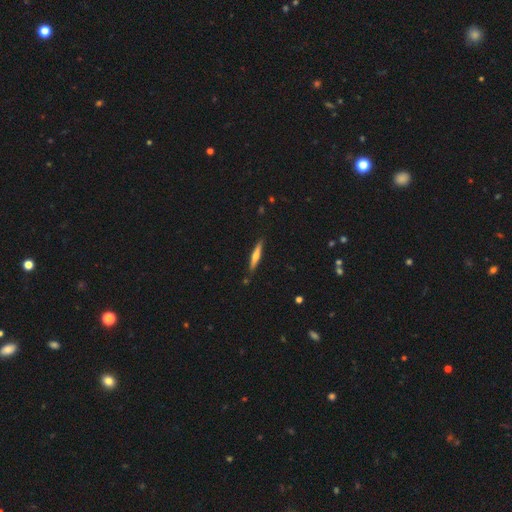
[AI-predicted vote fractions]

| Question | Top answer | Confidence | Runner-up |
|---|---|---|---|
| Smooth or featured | featured or disk | 53% | smooth (41%) |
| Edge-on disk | yes | 96% | no (4%) |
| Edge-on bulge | rounded | 83% | none (12%) |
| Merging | none | 88% | minor disturbance (9%) |